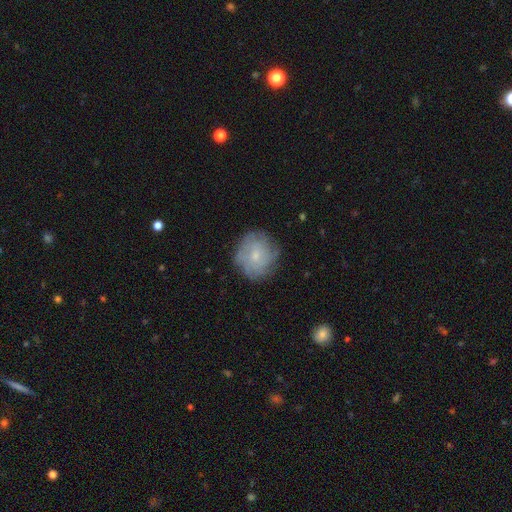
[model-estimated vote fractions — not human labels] smooth_or_featured: featured or disk (p=0.50) [alt: smooth p=0.42]
merging: none (p=0.76) [alt: minor disturbance p=0.17]